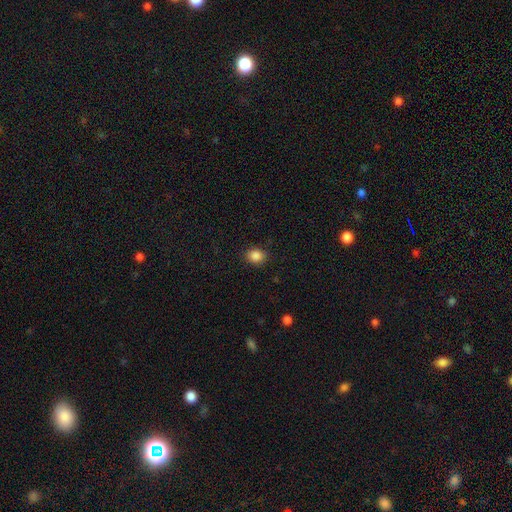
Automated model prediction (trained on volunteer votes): smooth 86%, star or artifact 10%, featured or disk 4%. Down the decision tree: how rounded — round (61%); merging — none (87%).